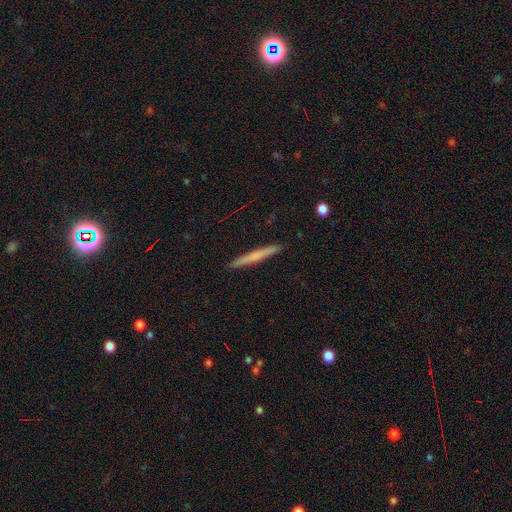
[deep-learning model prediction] A smooth galaxy with no disk features (61%) that is cigar-shaped (97%).

Vote fractions:
- Smooth or featured? smooth: 61% / featured or disk: 33% / star or artifact: 6%
- How rounded? cigar-shaped: 97% / in between: 2% / round: 1%
- Merging? none: 92% / minor disturbance: 5% / major disturbance: 1% / merger: 1%